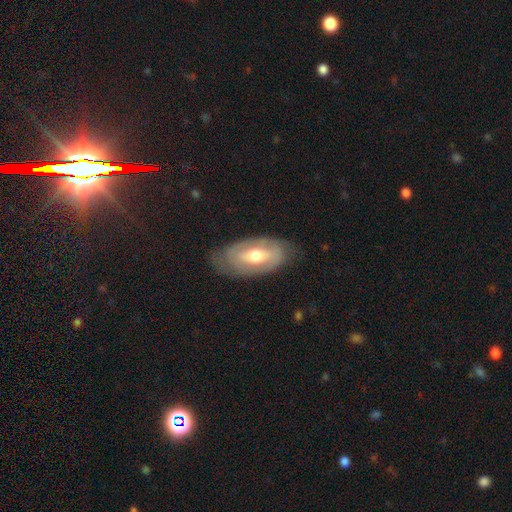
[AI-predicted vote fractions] A featured or disk galaxy (66%) with no bar (42%), spiral arms (61%) and a moderate central bulge (72%).

Vote fractions:
- Smooth or featured? featured or disk: 66% / smooth: 27% / star or artifact: 6%
- Edge-on disk? no: 89% / yes: 11%
- Bar? no: 42% / weak: 37% / strong: 21%
- Spiral arms? yes: 61% / no: 39%
- Bulge size? moderate: 72% / small: 16% / large: 10% / dominant: 1% / none: 1%
- Merging? none: 74% / minor disturbance: 18% / major disturbance: 6% / merger: 1%